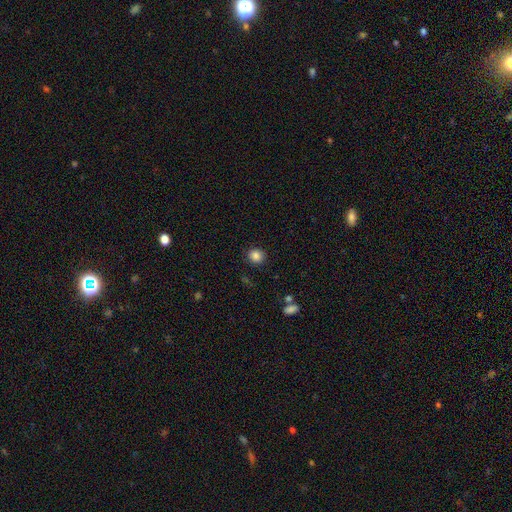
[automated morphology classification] Smooth or featured?
  - smooth: 85% *
  - star or artifact: 10%
  - featured or disk: 5%
How rounded?
  - round: 84% *
  - in between: 15%
  - cigar-shaped: 1%
Merging?
  - none: 89% *
  - minor disturbance: 7%
  - major disturbance: 2%
  - merger: 1%